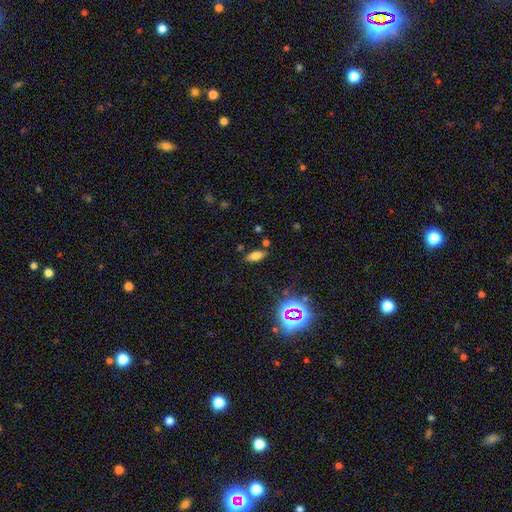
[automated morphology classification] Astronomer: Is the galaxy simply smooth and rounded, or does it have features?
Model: smooth — 70%.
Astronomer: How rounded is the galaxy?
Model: in between — 82%.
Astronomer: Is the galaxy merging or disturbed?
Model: none — 80%.